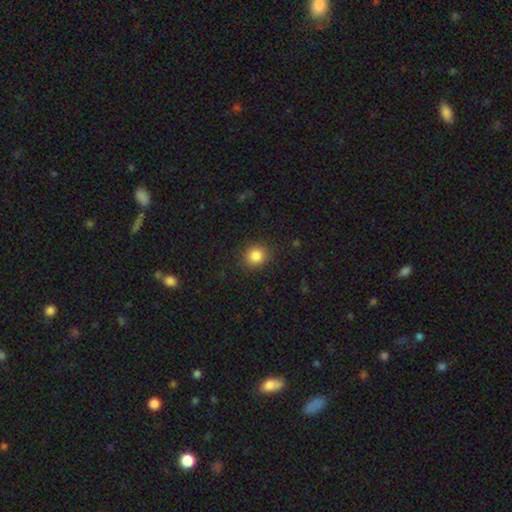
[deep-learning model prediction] A smooth galaxy with no disk features (85%) that is round (82%). Merging: none (88%).